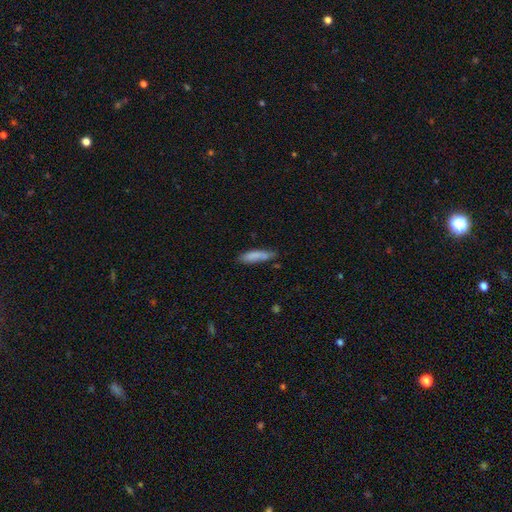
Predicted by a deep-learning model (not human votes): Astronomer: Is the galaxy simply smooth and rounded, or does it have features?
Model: smooth — 79%.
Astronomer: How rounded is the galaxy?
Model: cigar-shaped — 69%.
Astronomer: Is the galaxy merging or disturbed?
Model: none — 59%.